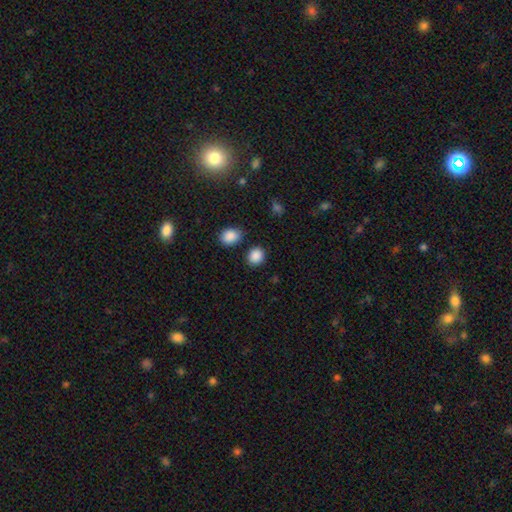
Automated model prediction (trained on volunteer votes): smooth_or_featured: smooth (p=0.88) [alt: star or artifact p=0.09]
how_rounded: round (p=0.68) [alt: in between p=0.31]
merging: none (p=0.83) [alt: minor disturbance p=0.09]